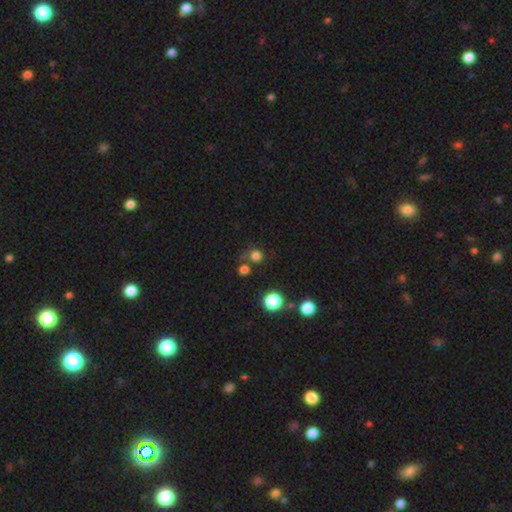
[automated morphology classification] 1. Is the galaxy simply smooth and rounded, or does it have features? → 74% smooth, 20% star or artifact, 6% featured or disk.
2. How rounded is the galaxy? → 90% round, 9% in between, 1% cigar-shaped.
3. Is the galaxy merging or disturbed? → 69% none, 16% merger, 9% minor disturbance, 5% major disturbance.